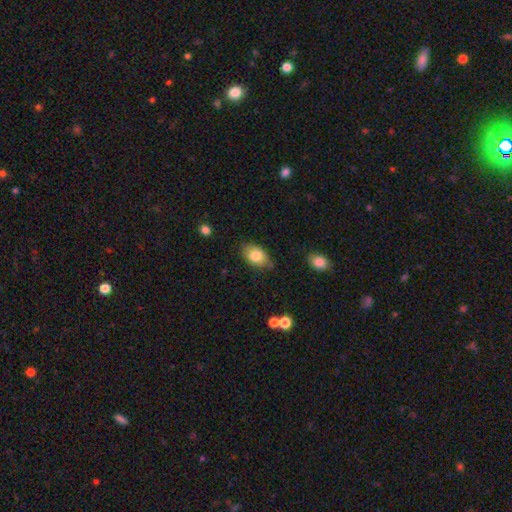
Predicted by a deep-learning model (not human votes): The model was most divided on "merging": none: 74%, minor disturbance: 21%, major disturbance: 3%, merger: 2%. More confident: how rounded — in between (86%); smooth or featured — smooth (80%).